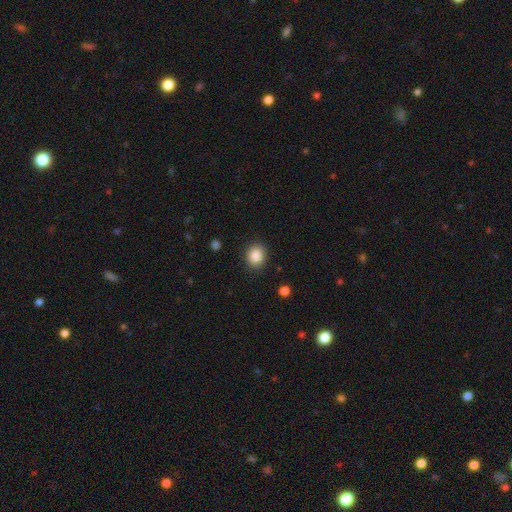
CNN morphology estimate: This appears to be a smooth galaxy with no disk features (88%) that is round (68%). Merging: none (88%).